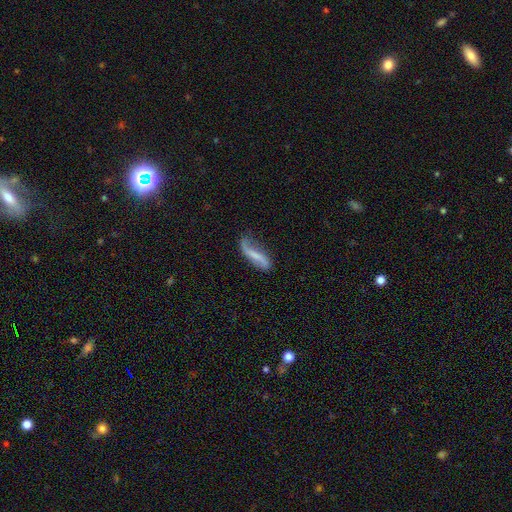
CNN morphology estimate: A featured or disk galaxy (65%) with a strong bar (38%), spiral arms (87%) and no central bulge (50%). Merging: none (58%).